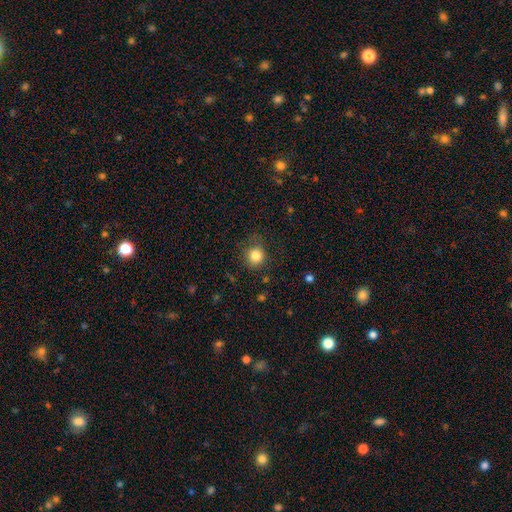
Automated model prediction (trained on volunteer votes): smooth-or-featured: smooth: 84% | star or artifact: 11% | featured or disk: 5%
  how-rounded: round: 88% | in between: 11% | cigar-shaped: 1%
  merging: none: 79% | minor disturbance: 14% | major disturbance: 5% | merger: 1%